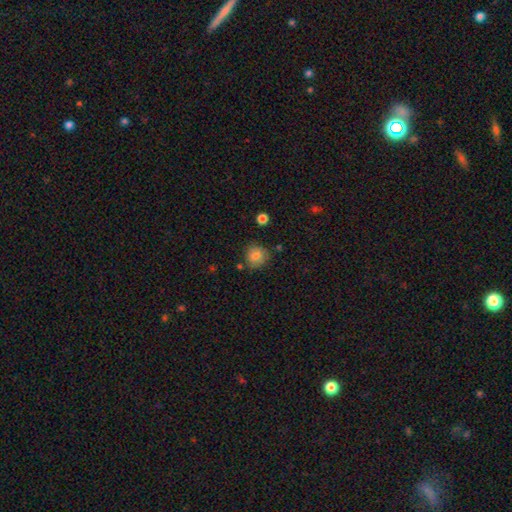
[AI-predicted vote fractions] Morphology: type=smooth (83%); roundness=round (87%); merging=none (79%).